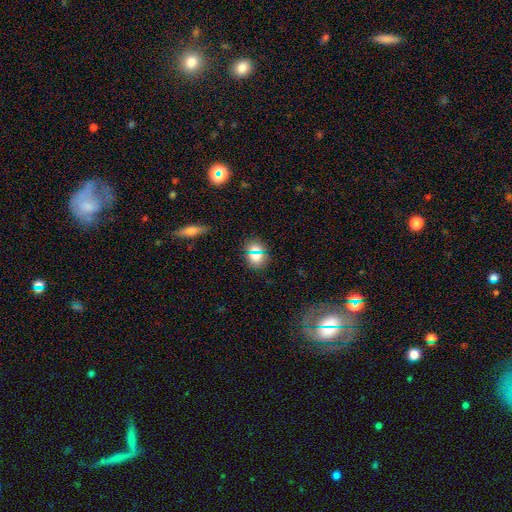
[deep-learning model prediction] smooth-or-featured: smooth: 70% | star or artifact: 22% | featured or disk: 8%
  how-rounded: round: 70% | in between: 27% | cigar-shaped: 3%
  merging: none: 85% | minor disturbance: 9% | merger: 3% | major disturbance: 3%